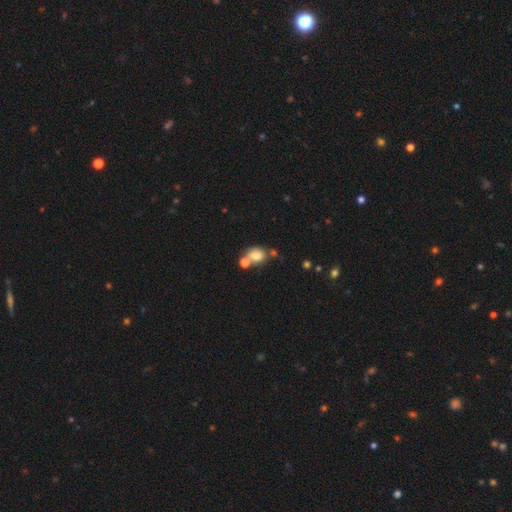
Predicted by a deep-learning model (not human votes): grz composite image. It shows a smooth galaxy with no disk features (78%) that is round (53%). Merging: none (46%).